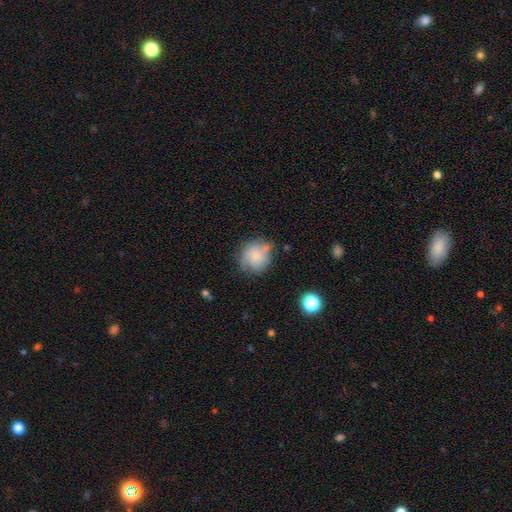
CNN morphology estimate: Overall: smooth (65%; featured or disk 26%). How rounded: round (80%). Merging: none (54%; minor disturbance 29%).